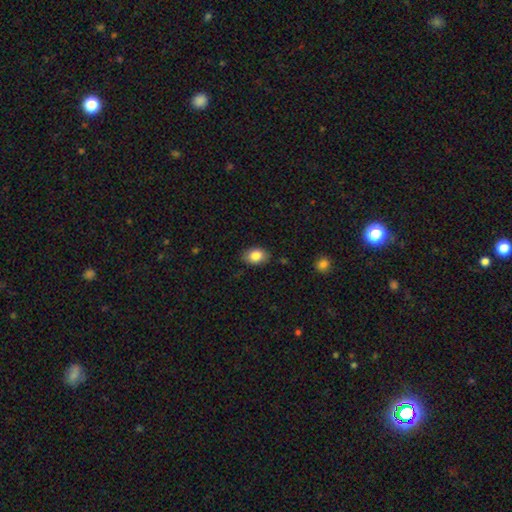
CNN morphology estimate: smooth_or_featured: smooth (p=0.84) [alt: featured or disk p=0.08]
how_rounded: in between (p=0.80) [alt: round p=0.19]
merging: none (p=0.84) [alt: minor disturbance p=0.12]